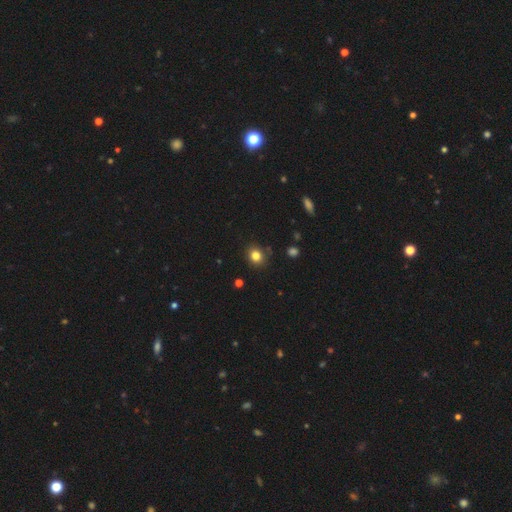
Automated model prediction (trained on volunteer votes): Smooth or featured? Predicted: smooth (p=0.82). How rounded? Predicted: round (p=0.76). Merging? Predicted: none (p=0.85).